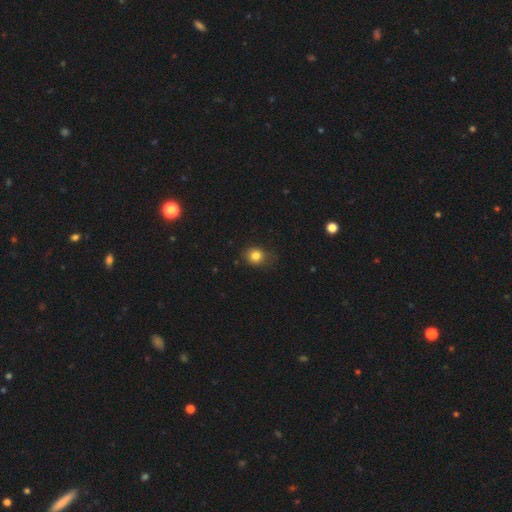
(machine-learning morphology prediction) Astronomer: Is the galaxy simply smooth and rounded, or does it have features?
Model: smooth — 81%.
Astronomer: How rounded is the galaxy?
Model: round — 66%.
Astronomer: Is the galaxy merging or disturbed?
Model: none — 70%.